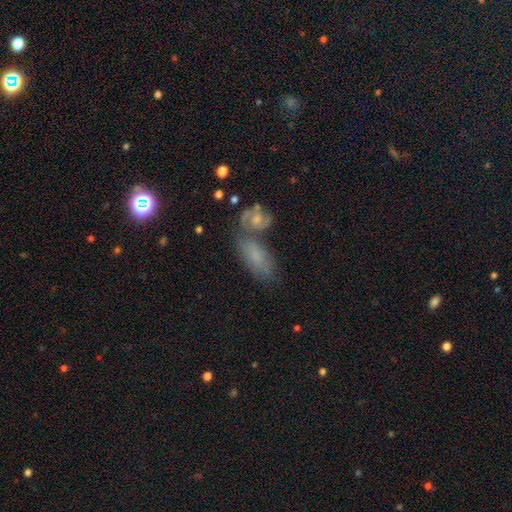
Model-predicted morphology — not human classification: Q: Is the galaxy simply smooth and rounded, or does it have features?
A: smooth — 56%.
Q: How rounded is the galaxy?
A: in between — 81%.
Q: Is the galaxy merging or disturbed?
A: none — 42%.